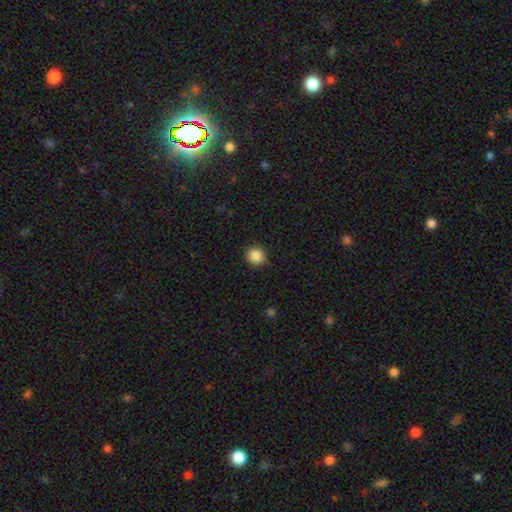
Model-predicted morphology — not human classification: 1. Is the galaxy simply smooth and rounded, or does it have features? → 87% smooth, 9% star or artifact, 3% featured or disk.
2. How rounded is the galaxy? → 85% round, 14% in between, 1% cigar-shaped.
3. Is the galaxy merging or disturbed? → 90% none, 7% minor disturbance, 2% major disturbance, 1% merger.